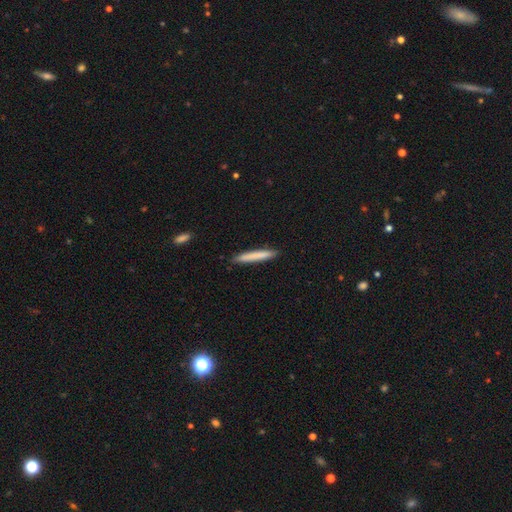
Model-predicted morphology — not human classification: Overall: smooth (79%). How rounded: cigar-shaped (96%). Merging: none (90%).